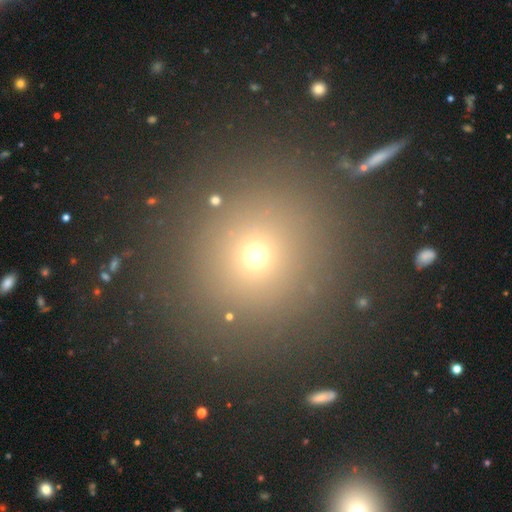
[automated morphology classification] smooth-or-featured: smooth: 64% | star or artifact: 28% | featured or disk: 9%
  how-rounded: round: 92% | in between: 7% | cigar-shaped: 1%
  merging: none: 87% | minor disturbance: 6% | major disturbance: 4% | merger: 3%